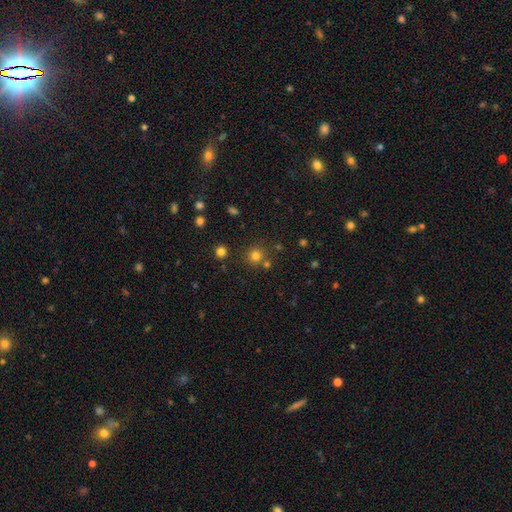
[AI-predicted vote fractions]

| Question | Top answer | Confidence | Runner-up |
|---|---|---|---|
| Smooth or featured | smooth | 76% | star or artifact (18%) |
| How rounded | round | 91% | in between (8%) |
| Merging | none | 77% | merger (12%) |